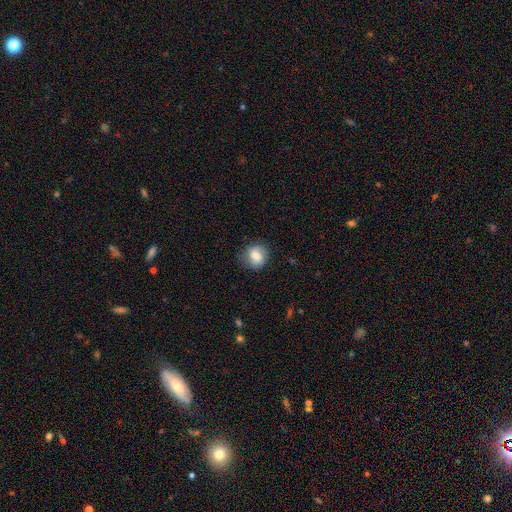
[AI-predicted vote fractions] Q: Smooth or featured?
A: smooth (68%); runner-up: featured or disk (24%)
Q: How rounded?
A: round (76%); runner-up: in between (23%)
Q: Merging?
A: none (77%); runner-up: minor disturbance (17%)